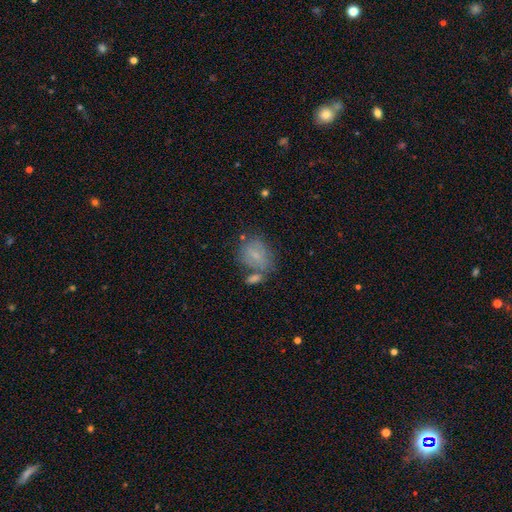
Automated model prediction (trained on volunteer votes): smooth_or_featured: smooth (p=0.60) [alt: featured or disk p=0.27]
how_rounded: round (p=0.50) [alt: in between p=0.48]
merging: none (p=0.52) [alt: merger p=0.22]